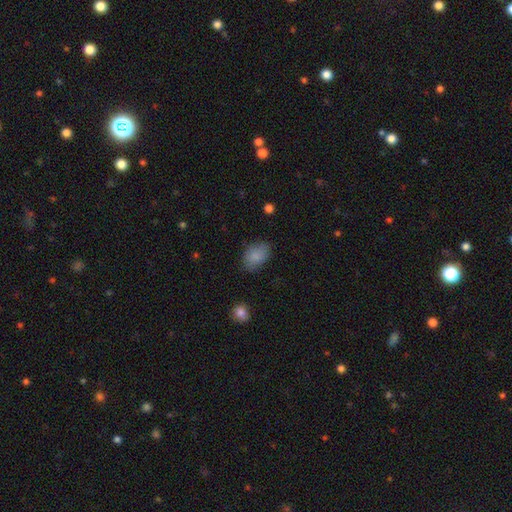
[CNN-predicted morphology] Overall: smooth (86%). How rounded: in between (85%). Merging: none (77%).